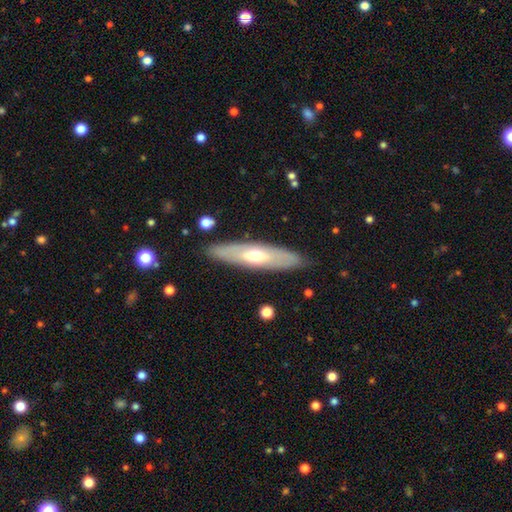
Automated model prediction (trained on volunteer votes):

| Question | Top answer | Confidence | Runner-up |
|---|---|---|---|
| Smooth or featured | featured or disk | 54% | smooth (41%) |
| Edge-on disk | yes | 56% | no (44%) |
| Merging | none | 87% | minor disturbance (10%) |